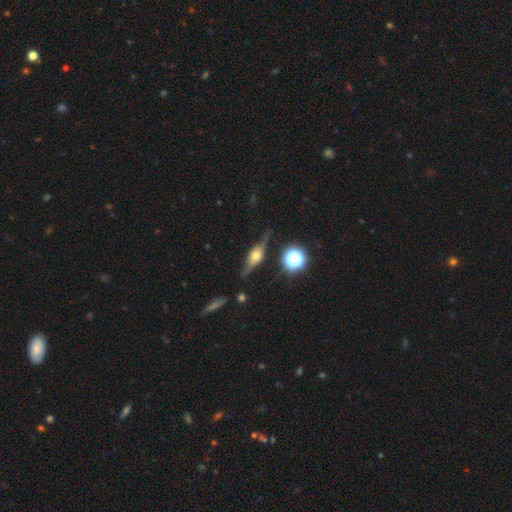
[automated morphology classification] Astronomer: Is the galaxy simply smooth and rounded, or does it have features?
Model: featured or disk — 70%.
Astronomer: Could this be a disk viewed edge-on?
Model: yes — 92%.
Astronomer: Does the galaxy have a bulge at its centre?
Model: rounded — 91%.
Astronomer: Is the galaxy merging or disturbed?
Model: none — 77%.